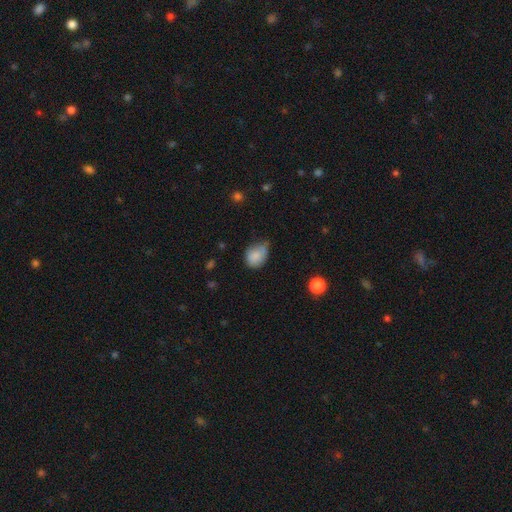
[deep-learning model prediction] smooth-or-featured: smooth: 82% | featured or disk: 9% | star or artifact: 9%
  how-rounded: in between: 59% | round: 40% | cigar-shaped: 1%
  merging: none: 43% (tied) | minor disturbance: 43% (tied) | major disturbance: 10% | merger: 4%